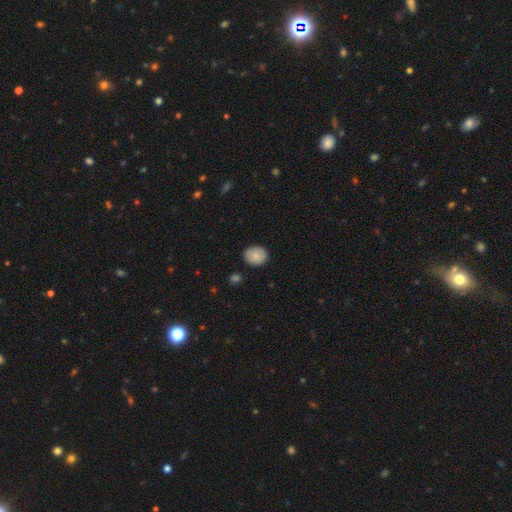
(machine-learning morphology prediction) smooth_or_featured: smooth (p=0.85) [alt: featured or disk p=0.08]
how_rounded: round (p=0.61) [alt: in between p=0.38]
merging: none (p=0.86) [alt: minor disturbance p=0.10]